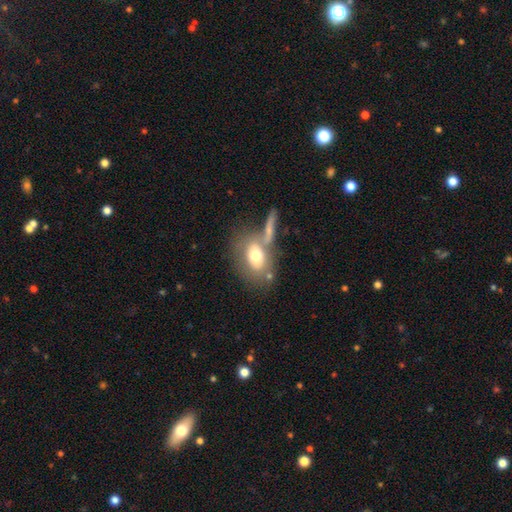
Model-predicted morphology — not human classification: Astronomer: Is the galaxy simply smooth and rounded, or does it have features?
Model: smooth — 67%.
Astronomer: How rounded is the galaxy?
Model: in between — 76%.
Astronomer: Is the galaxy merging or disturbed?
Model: none — 46% (runner-up: merger, 28%).